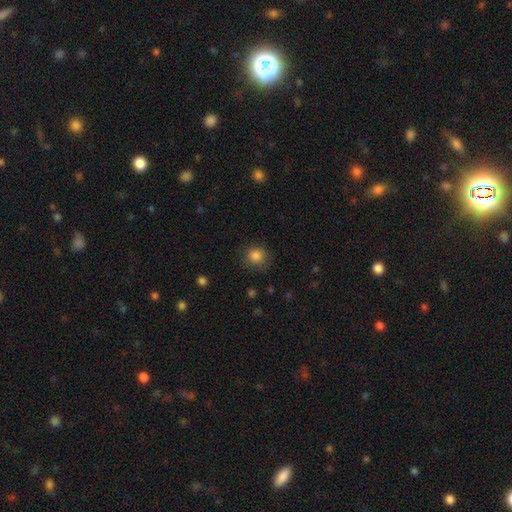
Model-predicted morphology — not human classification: A smooth galaxy with no disk features (85%) that is round (88%). Merging: none (83%).